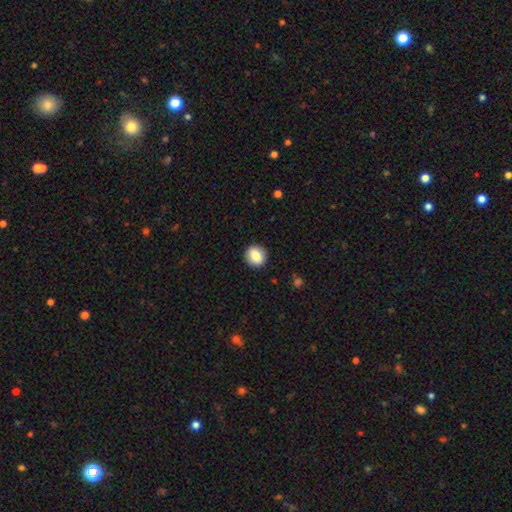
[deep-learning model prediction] Smooth or featured? smooth (83%)
How rounded? round (79%)
Merging? none (91%)